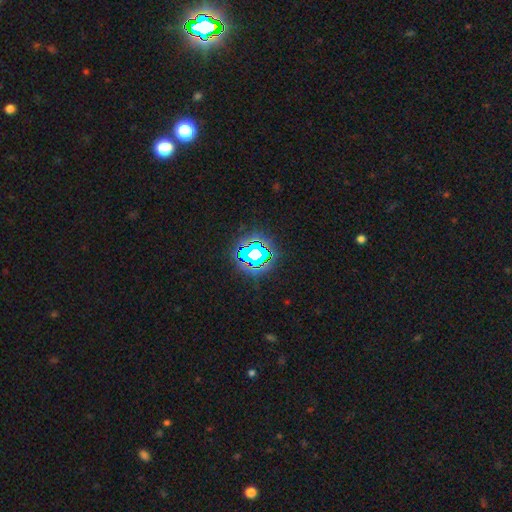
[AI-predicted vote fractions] This is likely a star or artifact rather than a galaxy (69%).